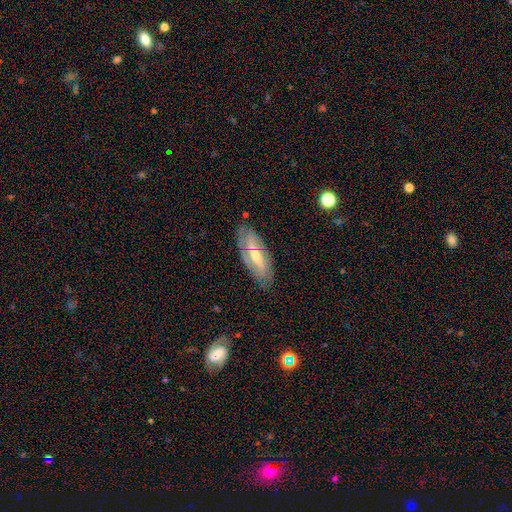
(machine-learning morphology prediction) Smooth or featured? Predicted: featured or disk (p=0.73). Edge-on disk? Predicted: no (p=0.80). Bar? Predicted: strong (p=0.42). Spiral arms? Predicted: yes (p=0.75). Bulge size? Predicted: moderate (p=0.58). Merging? Predicted: none (p=0.81).